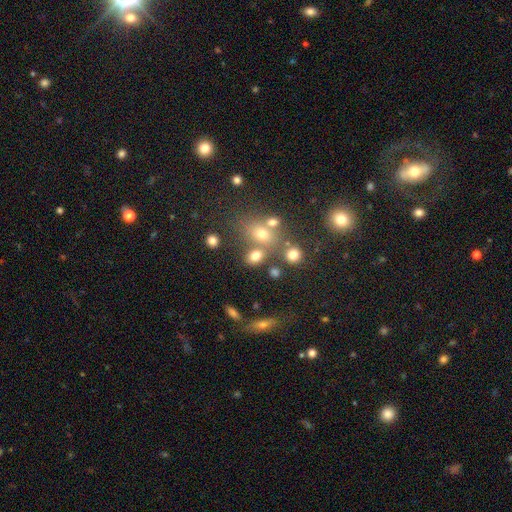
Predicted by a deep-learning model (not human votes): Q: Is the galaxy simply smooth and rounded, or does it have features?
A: smooth — 70%.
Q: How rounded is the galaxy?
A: in between — 59%.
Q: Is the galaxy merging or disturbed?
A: none — 56%.